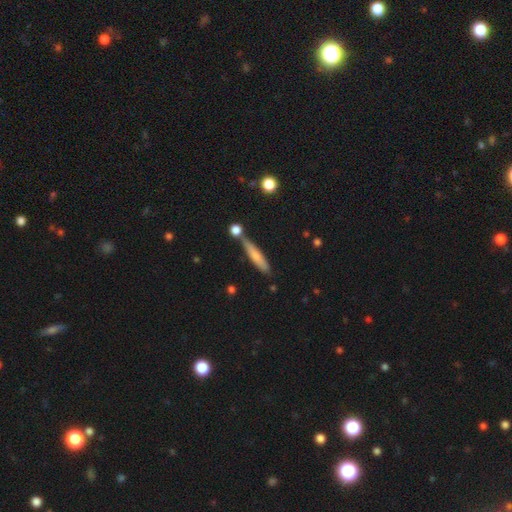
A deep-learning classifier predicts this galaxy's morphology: Smooth or featured? smooth (68%)
How rounded? cigar-shaped (88%)
Merging? none (69%)